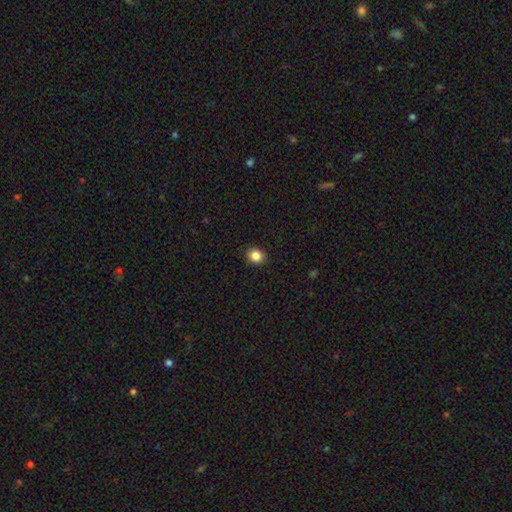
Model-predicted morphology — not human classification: smooth_or_featured: smooth (p=0.86) [alt: star or artifact p=0.10]
how_rounded: round (p=0.70) [alt: in between p=0.29]
merging: none (p=0.91) [alt: minor disturbance p=0.07]